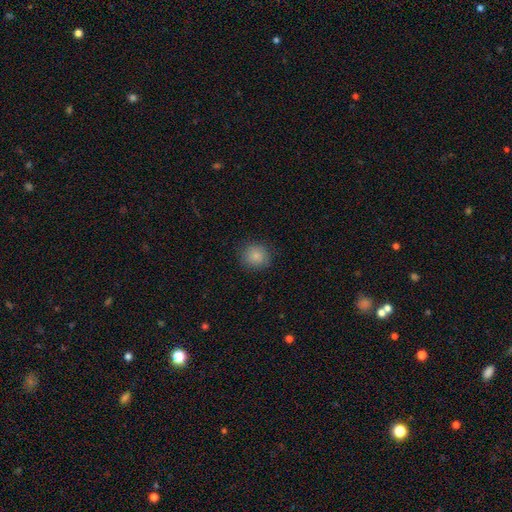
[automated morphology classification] This is clearly a smooth galaxy (85%). How rounded: clearly round (88%). Merging: clearly none (86%).